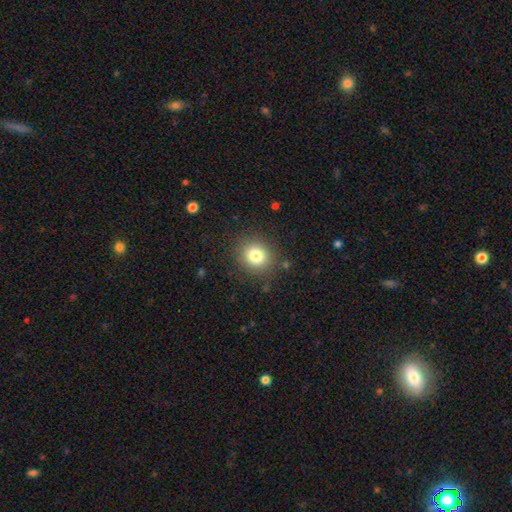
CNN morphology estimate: Smooth or featured? Predicted: smooth (p=0.80). How rounded? Predicted: round (p=0.84). Merging? Predicted: none (p=0.87).